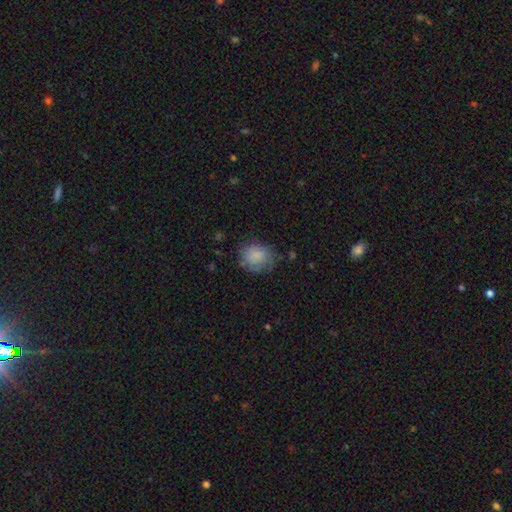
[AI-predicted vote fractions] Smooth or featured?
  - smooth: 82% *
  - featured or disk: 10%
  - star or artifact: 8%
How rounded?
  - round: 71% *
  - in between: 28%
  - cigar-shaped: 1%
Merging?
  - none: 67% *
  - minor disturbance: 23%
  - major disturbance: 8%
  - merger: 2%